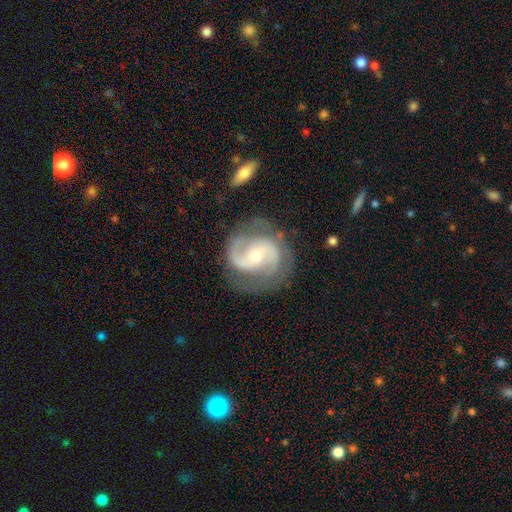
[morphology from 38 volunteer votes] Smooth or featured? 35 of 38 (92%) said featured or disk. Edge-on disk? 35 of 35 (100%) said no. Bar? 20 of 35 (57%) said no. Spiral arms? 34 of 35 (97%) said yes. Spiral winding? 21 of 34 (62%) said medium. Spiral arm count? 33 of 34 (97%) said 2. Bulge size? 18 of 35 (51%) said small. Merging? 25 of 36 (69%) said none.